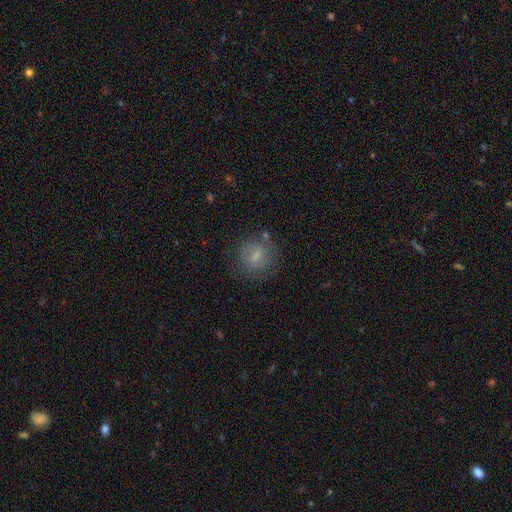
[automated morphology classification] The model was most divided on "smooth or featured": smooth: 67%, featured or disk: 23%, star or artifact: 10%. More confident: merging — none (76%); how rounded — round (75%).